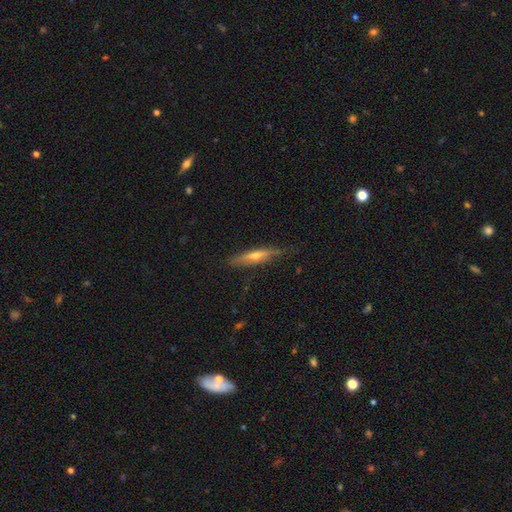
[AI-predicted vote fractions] This appears to be a featured or disk galaxy (62%) viewed edge-on (94%) with a rounded central bulge (78%). Merging: none (79%).